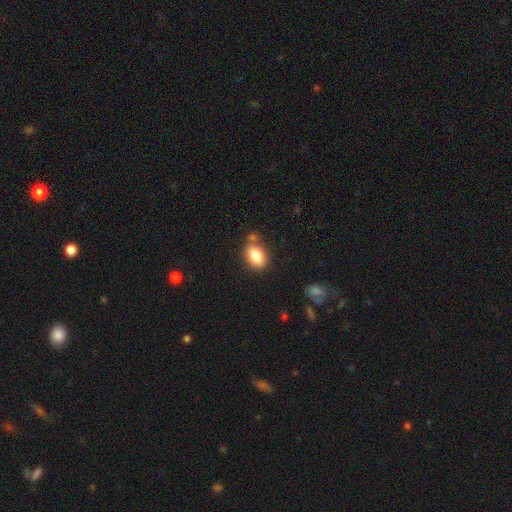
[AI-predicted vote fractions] Smooth or featured?
  - smooth: 83% *
  - featured or disk: 9%
  - star or artifact: 8%
How rounded?
  - in between: 82% *
  - round: 16%
  - cigar-shaped: 2%
Merging?
  - none: 69% *
  - minor disturbance: 15%
  - merger: 12%
  - major disturbance: 4%